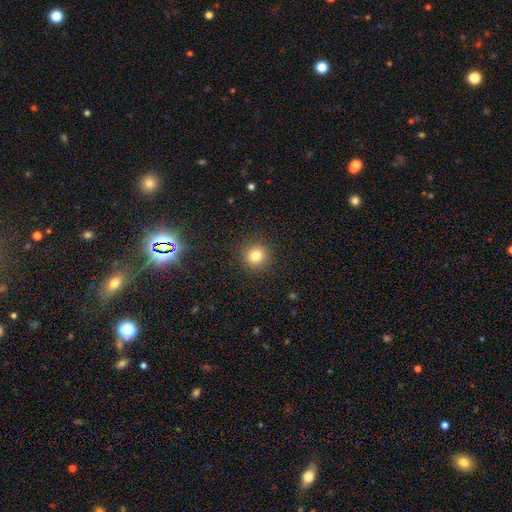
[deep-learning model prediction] smooth-or-featured: smooth: 81% | star or artifact: 12% | featured or disk: 7%
  how-rounded: round: 92% | in between: 7% | cigar-shaped: 1%
  merging: none: 90% | minor disturbance: 6% | major disturbance: 2% | merger: 1%